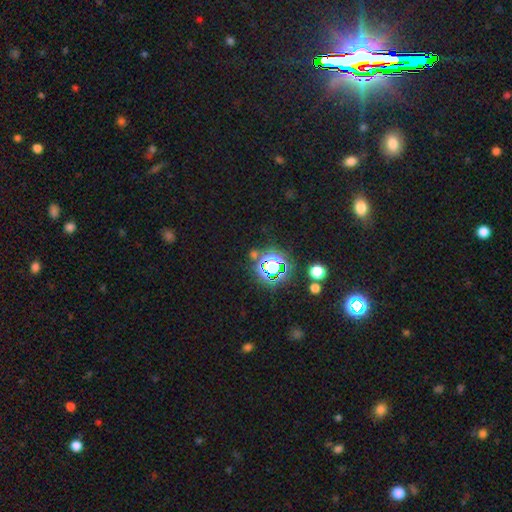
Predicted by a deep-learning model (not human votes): star or artifact 74%, smooth 18%, featured or disk 8%.